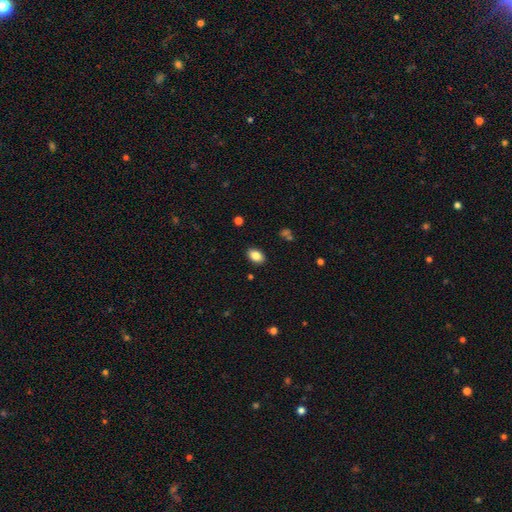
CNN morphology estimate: smooth_or_featured: smooth (p=0.85) [alt: star or artifact p=0.08]
how_rounded: in between (p=0.86) [alt: round p=0.13]
merging: none (p=0.88) [alt: minor disturbance p=0.08]